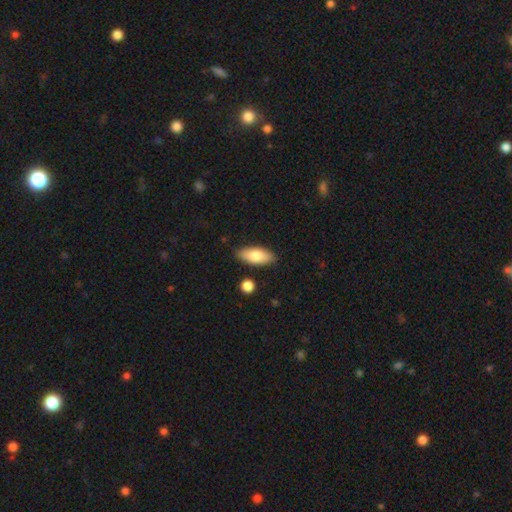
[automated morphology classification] Smooth or featured?
  - smooth: 80% *
  - featured or disk: 14%
  - star or artifact: 6%
How rounded?
  - in between: 85% *
  - cigar-shaped: 12%
  - round: 2%
Merging?
  - none: 85% *
  - minor disturbance: 10%
  - merger: 3%
  - major disturbance: 2%